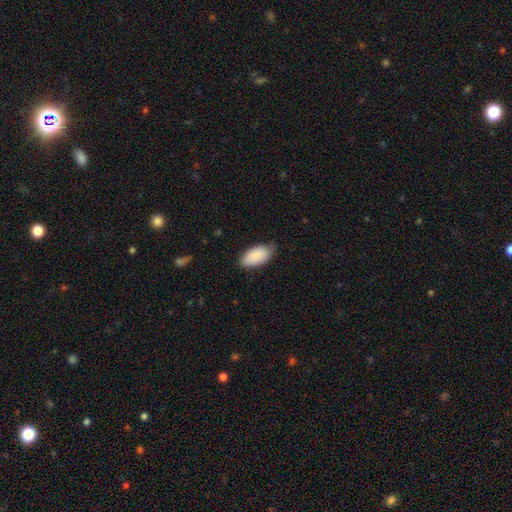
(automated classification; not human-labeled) smooth-or-featured: smooth: 90% | star or artifact: 6% | featured or disk: 4%
  how-rounded: in between: 95% | cigar-shaped: 3% | round: 2%
  merging: none: 69% | minor disturbance: 26% | major disturbance: 4% | merger: 1%